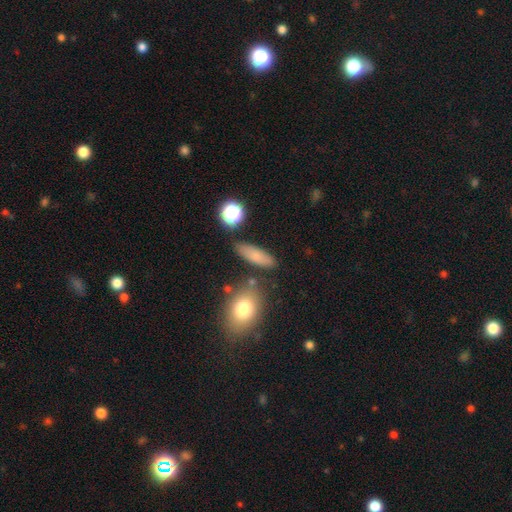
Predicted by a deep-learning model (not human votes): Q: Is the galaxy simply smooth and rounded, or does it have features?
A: smooth — 76%.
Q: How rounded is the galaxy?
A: in between — 55%.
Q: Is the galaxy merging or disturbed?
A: none — 79%.